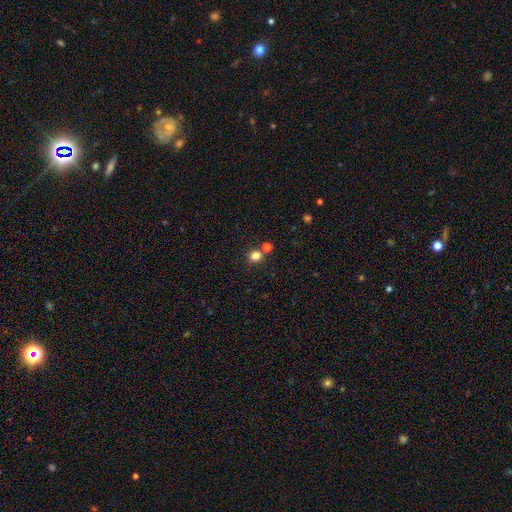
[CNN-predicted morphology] This appears to be a smooth galaxy with no disk features (80%) that is round (79%). Merging: none (69%).